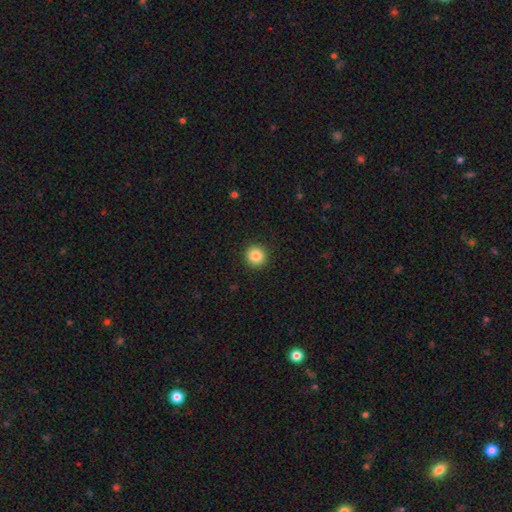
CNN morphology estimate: This is clearly a smooth galaxy (85%). How rounded: clearly round (94%). Merging: clearly none (92%).